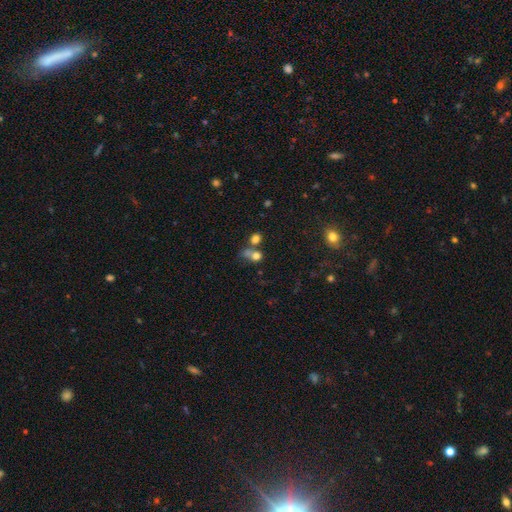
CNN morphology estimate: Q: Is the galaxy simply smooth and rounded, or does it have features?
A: smooth — 70%.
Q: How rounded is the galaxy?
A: round — 70%.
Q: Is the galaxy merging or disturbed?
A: merger — 49%.